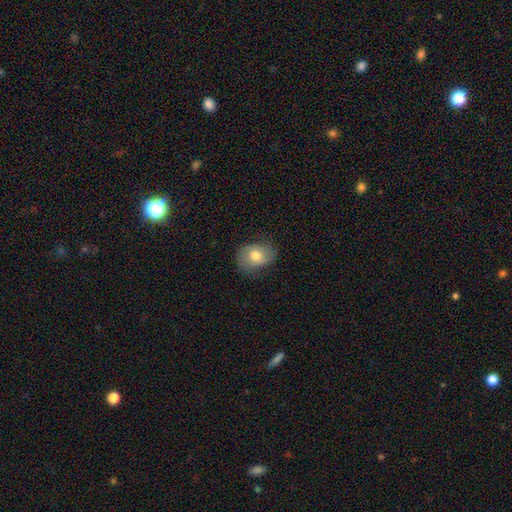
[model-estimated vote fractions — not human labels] This appears to be a smooth galaxy with no disk features (70%) that is in between round and cigar-shaped (63%). Merging: none (72%).